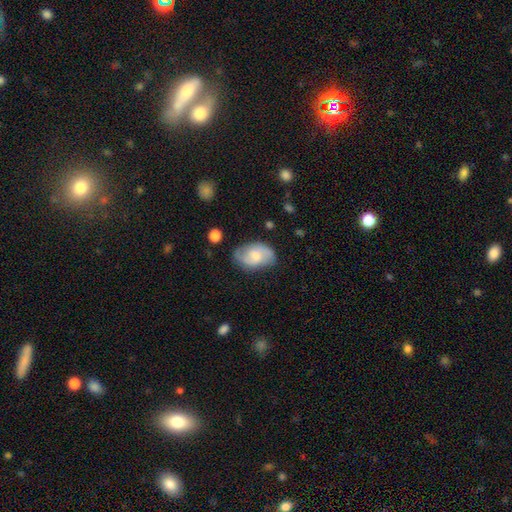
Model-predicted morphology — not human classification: Smooth or featured: featured or disk — 57% (smooth — 36%)
Edge-on disk: no — 96% (yes — 4%)
Bar: no — 49% (weak — 43%)
Spiral arms: yes — 88% (no — 12%)
Bulge size: moderate — 43% (small — 37%)
Merging: none — 71% (minor disturbance — 21%)